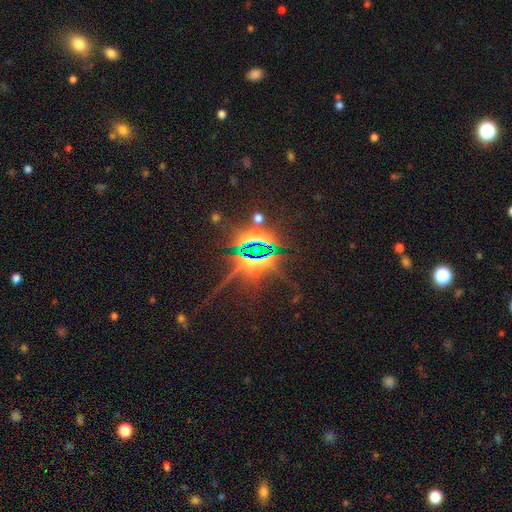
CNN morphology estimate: A star or artifact, not a galaxy (79%).

Vote fractions:
- Smooth or featured? star or artifact: 79% / featured or disk: 14% / smooth: 8%